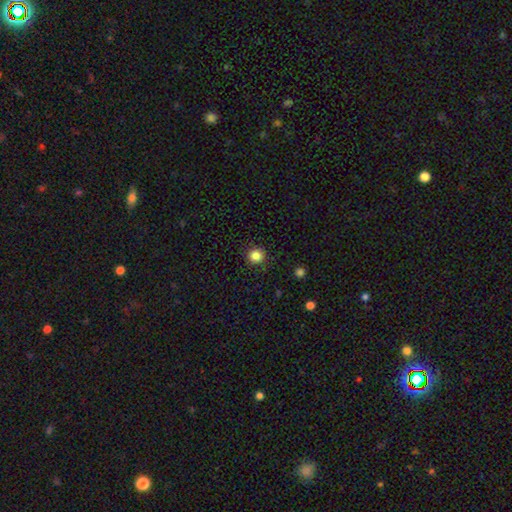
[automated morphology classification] smooth-or-featured: smooth: 84% | star or artifact: 11% | featured or disk: 5%
  how-rounded: round: 93% | in between: 6% | cigar-shaped: 1%
  merging: none: 91% | minor disturbance: 6% | major disturbance: 2% | merger: 1%